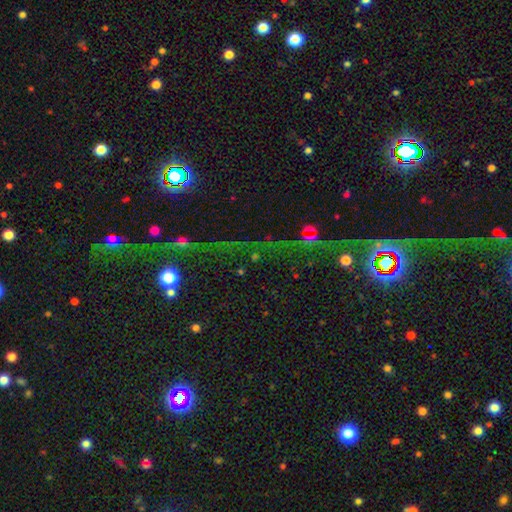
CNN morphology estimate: type=star or artifact (63%).